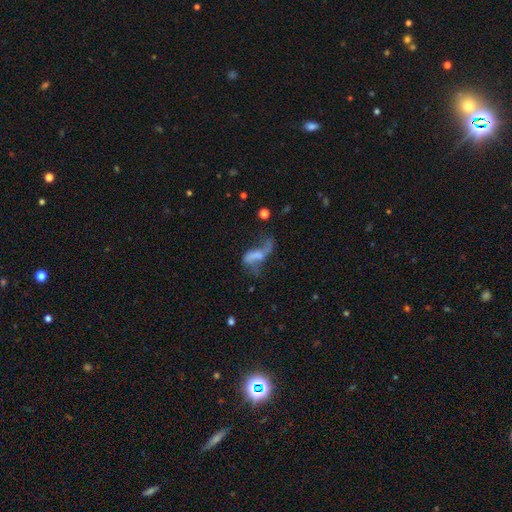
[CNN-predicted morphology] Smooth or featured: featured or disk — 54% (smooth — 33%)
Edge-on disk: no — 92% (yes — 8%)
Merging: major disturbance — 42% (none — 26%)